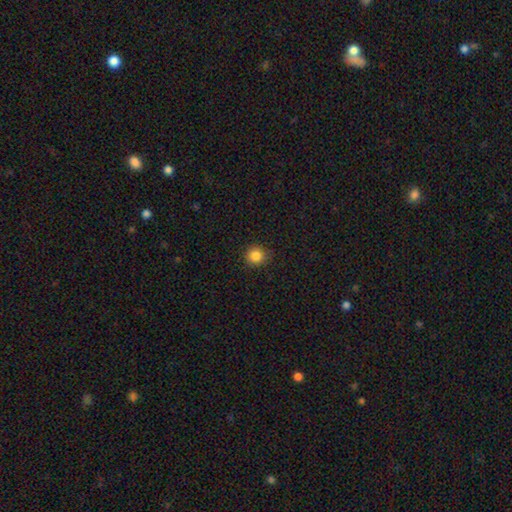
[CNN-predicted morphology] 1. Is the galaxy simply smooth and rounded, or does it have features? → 85% smooth, 11% star or artifact, 4% featured or disk.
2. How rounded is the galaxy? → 93% round, 6% in between, 1% cigar-shaped.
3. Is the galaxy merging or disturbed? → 90% none, 7% minor disturbance, 2% major disturbance, 1% merger.